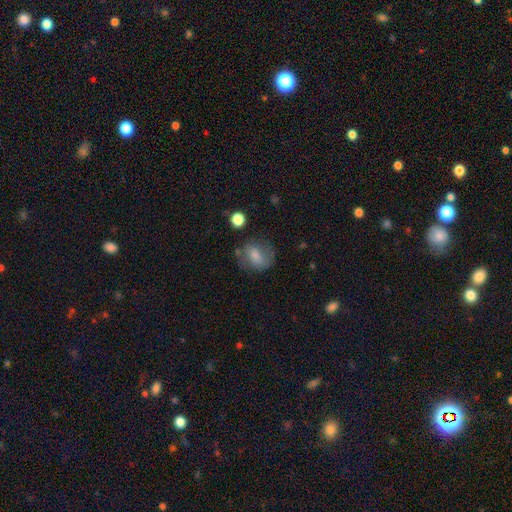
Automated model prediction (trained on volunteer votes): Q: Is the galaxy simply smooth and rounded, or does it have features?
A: smooth — 62%.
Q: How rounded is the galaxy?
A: in between — 53%.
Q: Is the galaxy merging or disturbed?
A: none — 61%.